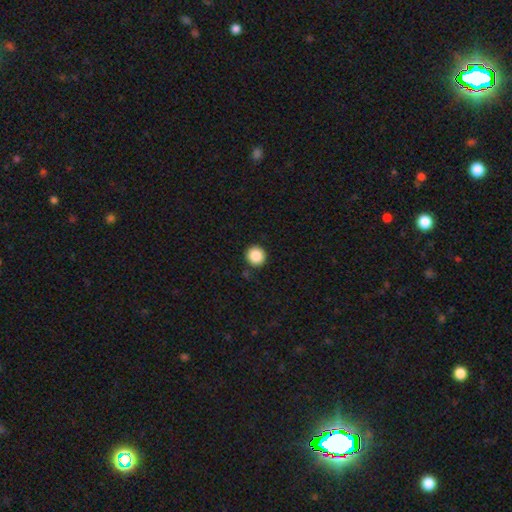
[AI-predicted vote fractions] smooth_or_featured: smooth (p=0.88) [alt: star or artifact p=0.09]
how_rounded: round (p=0.94) [alt: in between p=0.05]
merging: none (p=0.91) [alt: minor disturbance p=0.06]